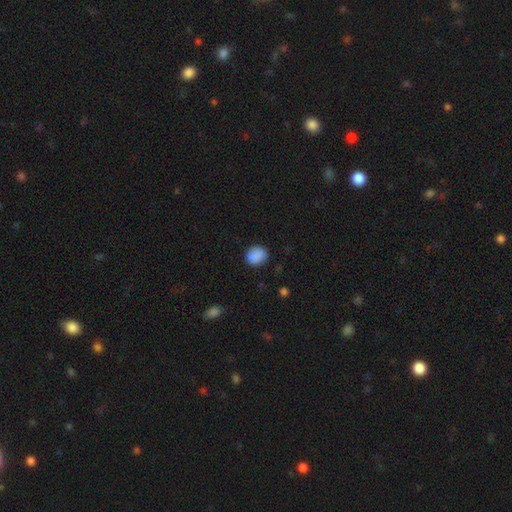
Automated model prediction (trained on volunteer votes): A smooth galaxy with no disk features (88%) that is round (74%).

Vote fractions:
- Smooth or featured? smooth: 88% / star or artifact: 9% / featured or disk: 4%
- How rounded? round: 74% / in between: 25% / cigar-shaped: 1%
- Merging? none: 83% / minor disturbance: 12% / major disturbance: 3% / merger: 1%